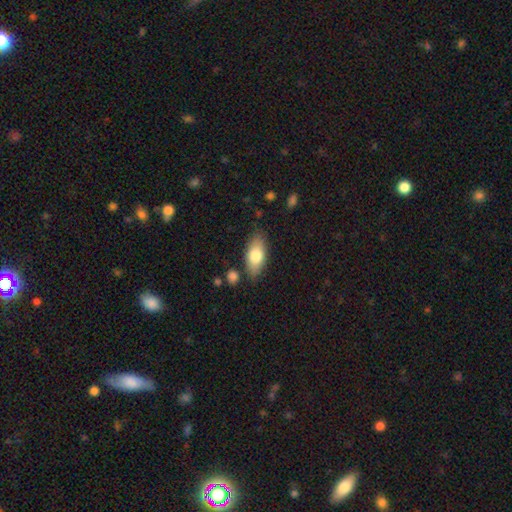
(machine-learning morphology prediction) Smooth or featured? Predicted: smooth (p=0.76). How rounded? Predicted: in between (p=0.87). Merging? Predicted: none (p=0.81).